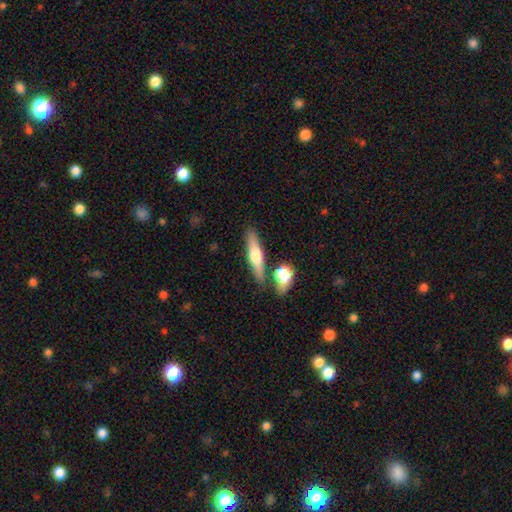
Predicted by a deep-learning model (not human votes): Morphology: type=featured or disk (49%); merging=none (80%).